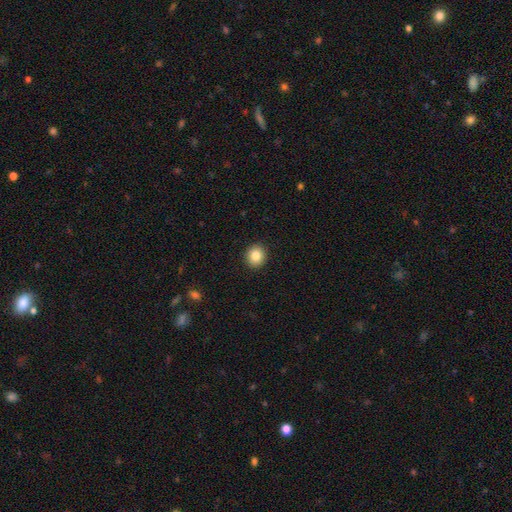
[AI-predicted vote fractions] Smooth or featured? Predicted: smooth (p=0.84). How rounded? Predicted: round (p=0.84). Merging? Predicted: none (p=0.92).